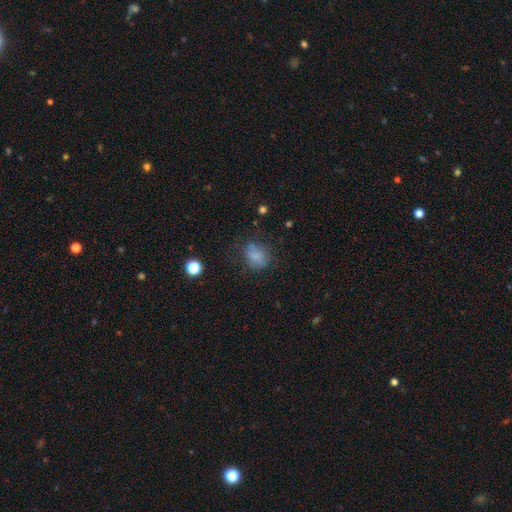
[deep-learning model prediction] This is likely a smooth galaxy (74%). How rounded: possibly in between (56%). Merging: likely none (61%).